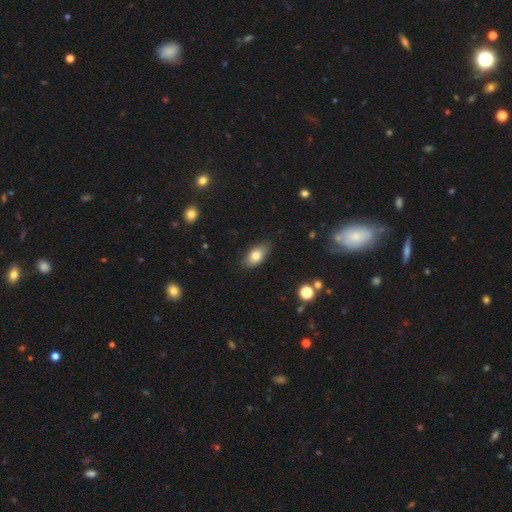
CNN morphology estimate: This appears to be a smooth galaxy with no disk features (78%) that is in between round and cigar-shaped (88%). Merging: none (82%).